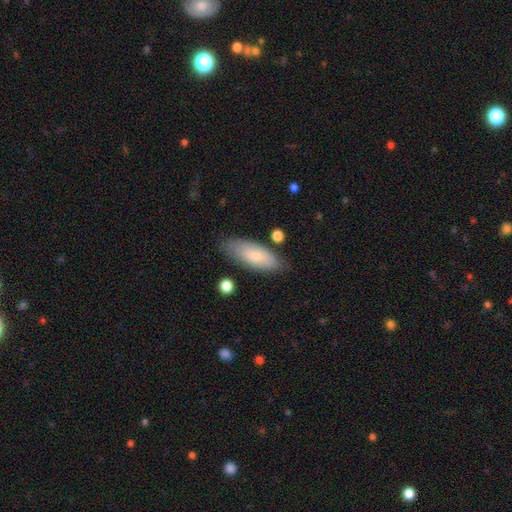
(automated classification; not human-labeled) Overall: smooth (77%). How rounded: in between (78%). Merging: none (78%).